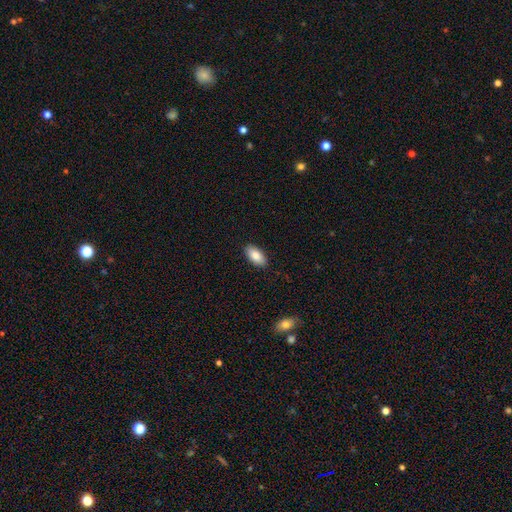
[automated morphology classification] Smooth or featured: smooth — 87% (featured or disk — 7%)
How rounded: in between — 94% (cigar-shaped — 3%)
Merging: none — 89% (minor disturbance — 8%)